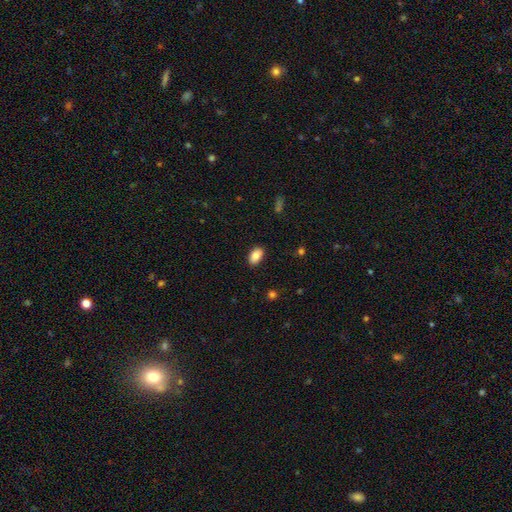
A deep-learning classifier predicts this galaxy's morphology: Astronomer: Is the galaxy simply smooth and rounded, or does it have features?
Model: smooth — 87%.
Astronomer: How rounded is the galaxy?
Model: in between — 92%.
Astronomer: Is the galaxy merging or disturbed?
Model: none — 88%.